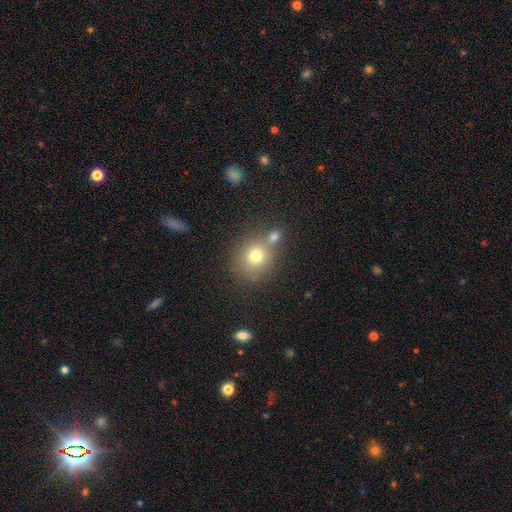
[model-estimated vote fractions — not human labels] This is likely a smooth galaxy (74%). How rounded: likely round (80%). Merging: possibly none (58%).